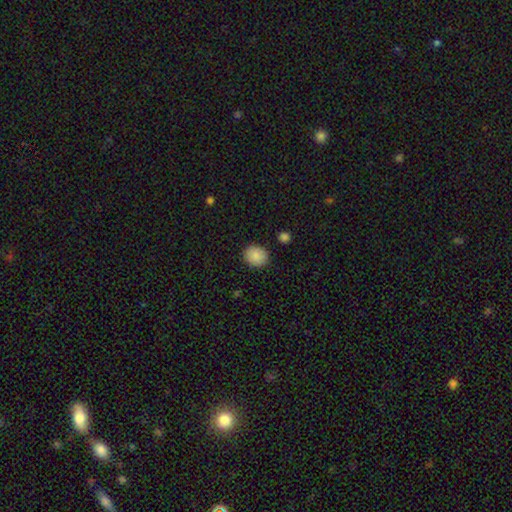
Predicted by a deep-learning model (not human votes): The model was most divided on "how rounded": round: 69%, in between: 30%, cigar-shaped: 1%. More confident: merging — none (88%); smooth or featured — smooth (88%).